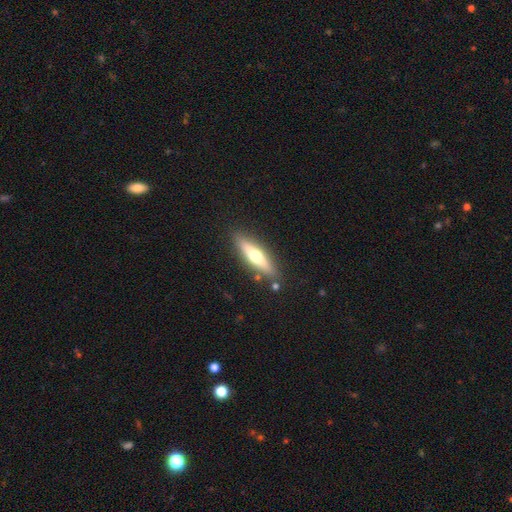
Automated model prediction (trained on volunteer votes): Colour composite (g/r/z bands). It shows a featured or disk galaxy (49%). Merging: none (84%).